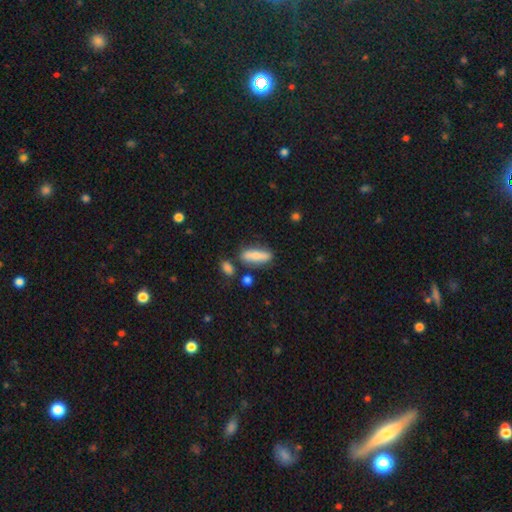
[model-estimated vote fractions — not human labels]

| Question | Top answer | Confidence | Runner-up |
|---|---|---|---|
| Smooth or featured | smooth | 79% | featured or disk (15%) |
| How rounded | cigar-shaped | 51% | in between (46%) |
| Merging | none | 73% | minor disturbance (15%) |